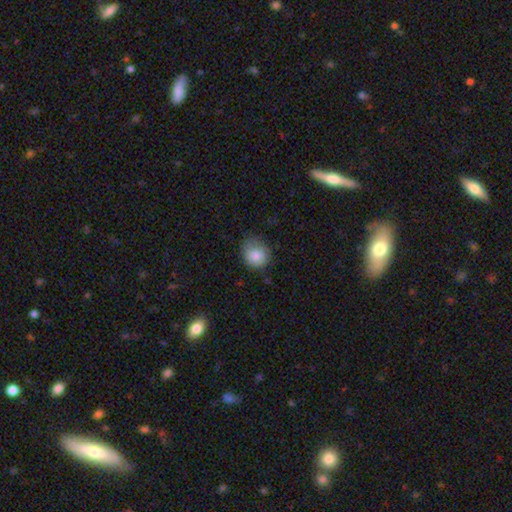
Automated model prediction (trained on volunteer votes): This is clearly a smooth galaxy (82%). How rounded: likely round (78%). Merging: possibly none (59%).